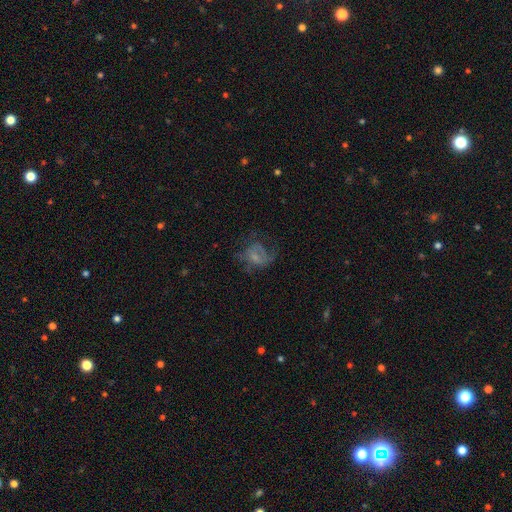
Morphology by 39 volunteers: type=featured or disk (62%); edge-on=no (100%); bar=no (83%); spiral arms=yes (54%); winding=loose (54%); arm count=1 (46%); bulge=small (46%); merging=major disturbance (67%).